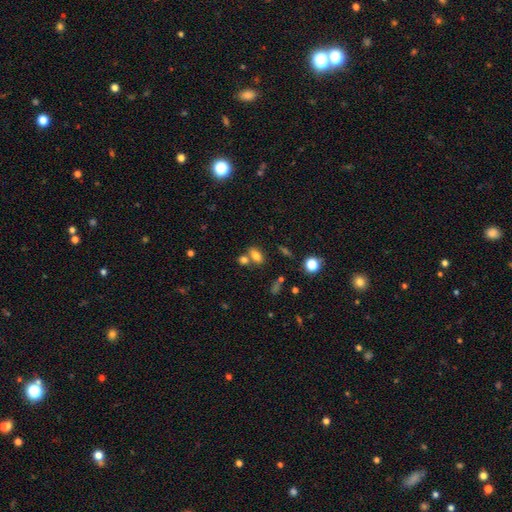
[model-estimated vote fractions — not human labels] Q: Smooth or featured?
A: smooth (75%); runner-up: star or artifact (13%)
Q: How rounded?
A: in between (80%); runner-up: round (15%)
Q: Merging?
A: none (56%); runner-up: merger (30%)